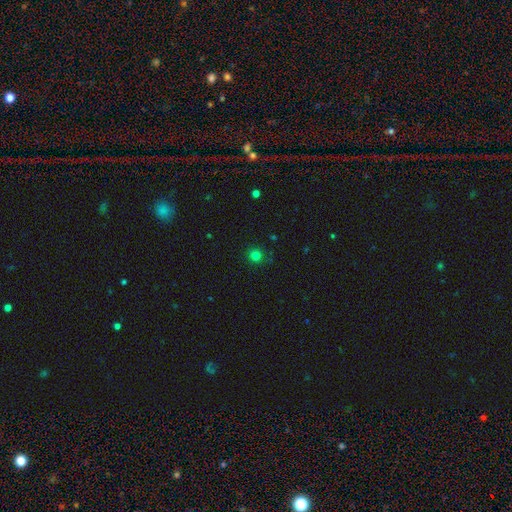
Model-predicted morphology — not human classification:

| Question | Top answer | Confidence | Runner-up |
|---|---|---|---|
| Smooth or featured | smooth | 77% | star or artifact (18%) |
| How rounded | round | 94% | in between (5%) |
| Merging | none | 90% | minor disturbance (7%) |